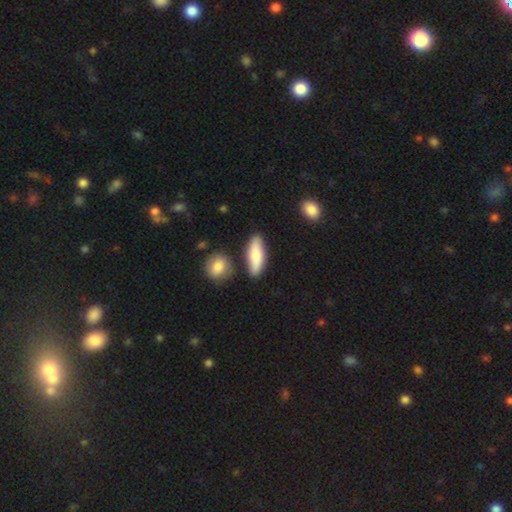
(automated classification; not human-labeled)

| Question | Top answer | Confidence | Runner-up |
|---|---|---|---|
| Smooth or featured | smooth | 77% | featured or disk (17%) |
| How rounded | in between | 55% | cigar-shaped (42%) |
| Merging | none | 80% | minor disturbance (12%) |